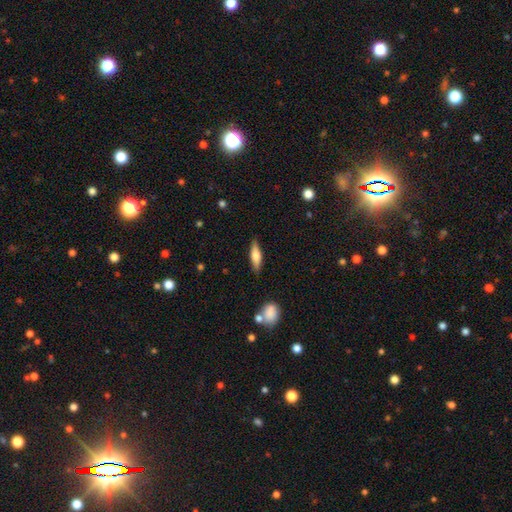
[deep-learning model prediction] This is possibly a smooth galaxy (57%). How rounded: possibly cigar-shaped (58%). Merging: clearly none (85%).